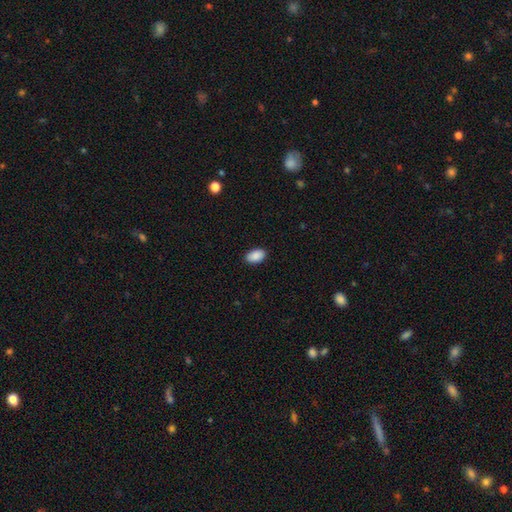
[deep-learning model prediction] Q: Smooth or featured?
A: smooth (90%); runner-up: star or artifact (7%)
Q: How rounded?
A: in between (93%); runner-up: round (6%)
Q: Merging?
A: none (89%); runner-up: minor disturbance (8%)